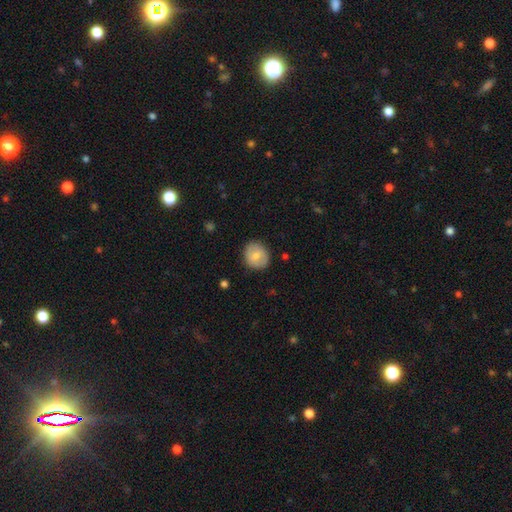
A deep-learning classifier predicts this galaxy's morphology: This is likely a smooth galaxy (69%). How rounded: likely round (73%). Merging: clearly none (85%).